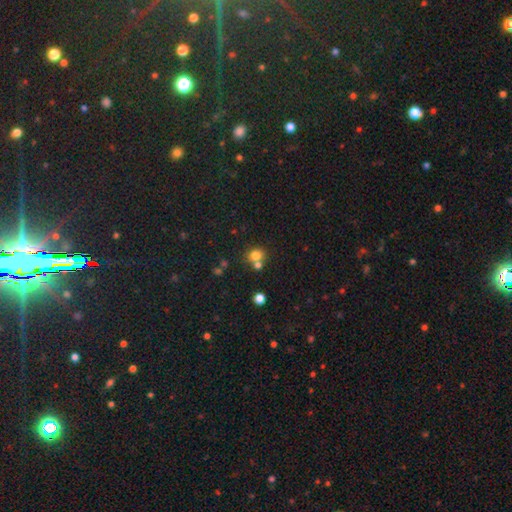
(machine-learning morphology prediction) This appears to be a smooth galaxy with no disk features (77%) that is round (69%). Merging: none (54%).